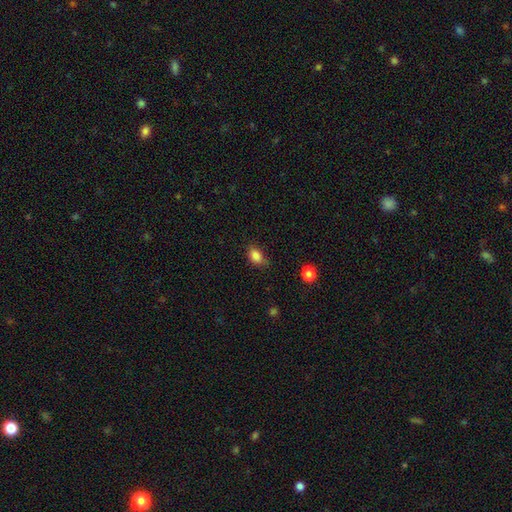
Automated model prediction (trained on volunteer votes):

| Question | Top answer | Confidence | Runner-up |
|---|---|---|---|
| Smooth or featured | smooth | 85% | star or artifact (10%) |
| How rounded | in between | 74% | round (25%) |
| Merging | none | 68% | minor disturbance (24%) |